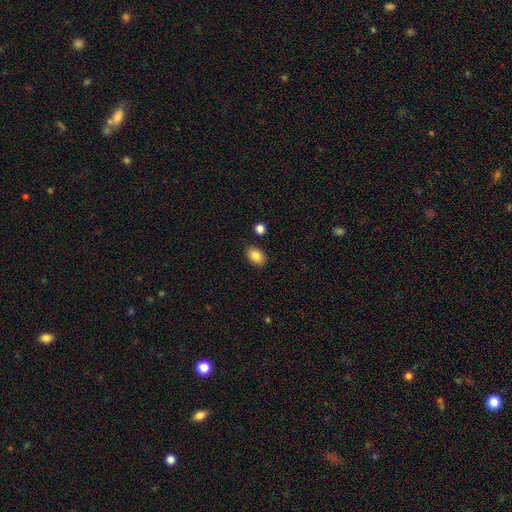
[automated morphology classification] smooth_or_featured: smooth (p=0.87) [alt: star or artifact p=0.08]
how_rounded: in between (p=0.83) [alt: round p=0.16]
merging: none (p=0.85) [alt: minor disturbance p=0.10]